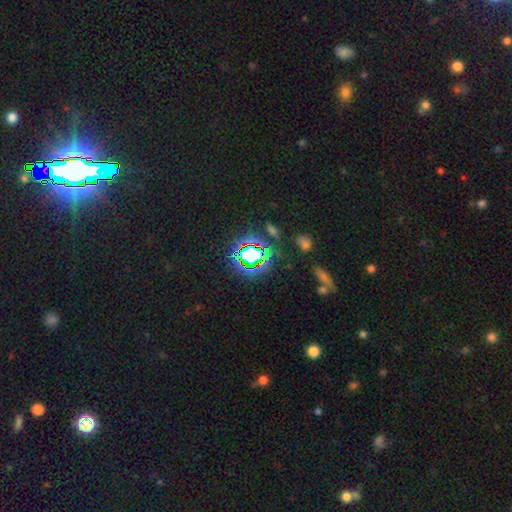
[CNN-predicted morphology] type=star or artifact (68%).